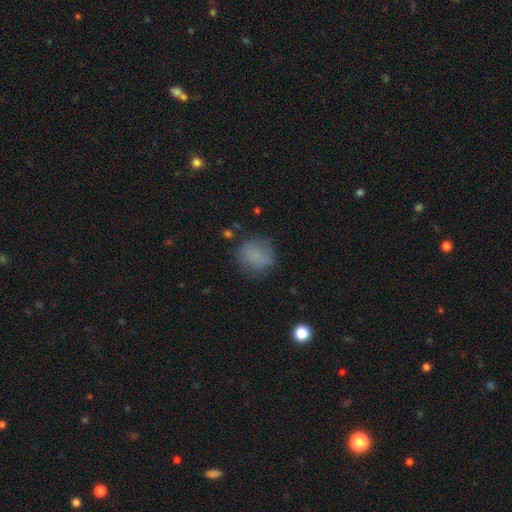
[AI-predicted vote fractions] Smooth or featured? smooth (77%)
How rounded? round (69%)
Merging? none (71%)